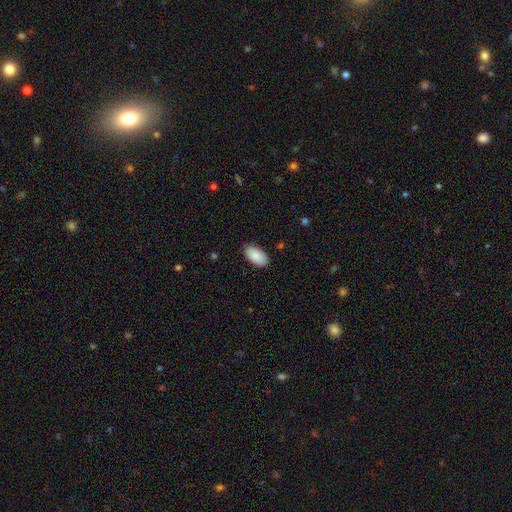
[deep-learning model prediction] Smooth or featured? smooth (89%)
How rounded? in between (96%)
Merging? none (86%)